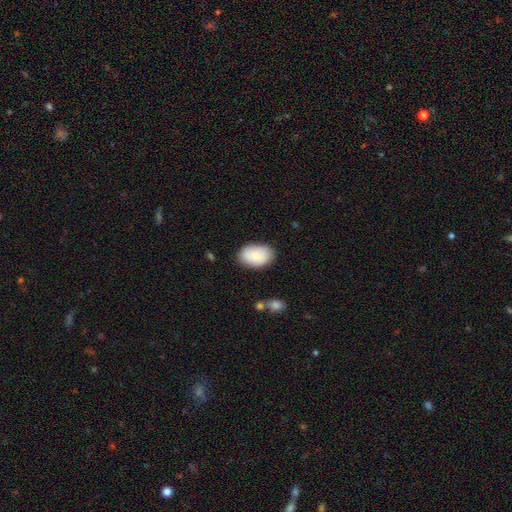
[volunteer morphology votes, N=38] smooth_or_featured: smooth (p=0.74) [alt: featured or disk p=0.24]
how_rounded: in between (p=1.00)
merging: none (p=0.76) [alt: minor disturbance p=0.24]